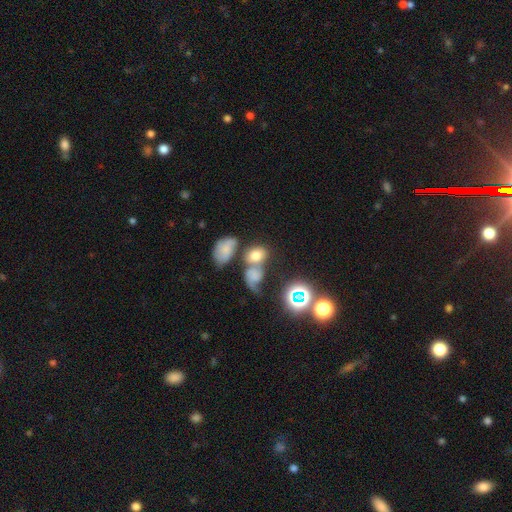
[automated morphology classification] A smooth galaxy with no disk features (62%) that is in between round and cigar-shaped (63%). Merging: merger (45%).